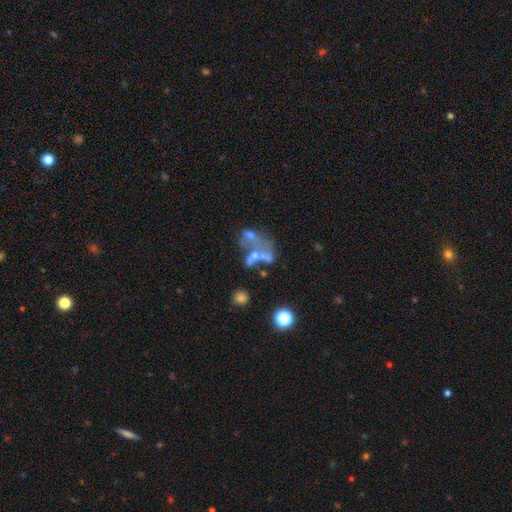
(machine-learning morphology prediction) smooth_or_featured: featured or disk (p=0.47) [alt: smooth p=0.32]
merging: merger (p=0.51) [alt: major disturbance p=0.20]